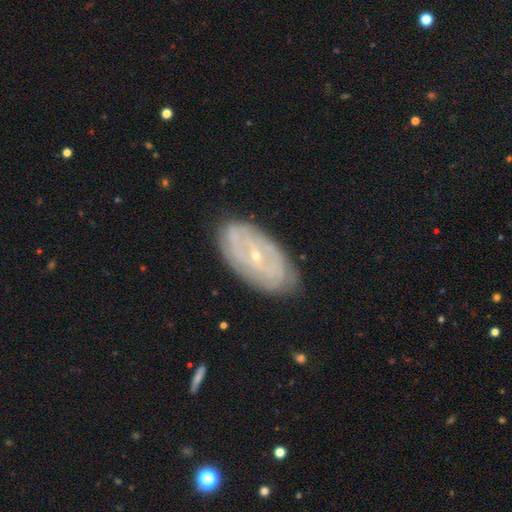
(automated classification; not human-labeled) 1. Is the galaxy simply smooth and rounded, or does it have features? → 76% featured or disk, 18% smooth, 7% star or artifact.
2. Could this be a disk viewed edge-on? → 92% no, 8% yes.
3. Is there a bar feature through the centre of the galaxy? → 42% no, 39% weak, 19% strong.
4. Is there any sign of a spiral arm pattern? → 77% yes, 23% no.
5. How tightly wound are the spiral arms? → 70% tight, 22% medium, 8% loose.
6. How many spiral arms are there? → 50% can't tell, 26% 2, 8% 3, 7% 4, 5% more than 4, 4% 1.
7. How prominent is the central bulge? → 81% small, 16% moderate, 1% none, 1% large, 1% dominant.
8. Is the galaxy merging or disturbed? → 81% none, 15% minor disturbance, 3% major disturbance, 1% merger.